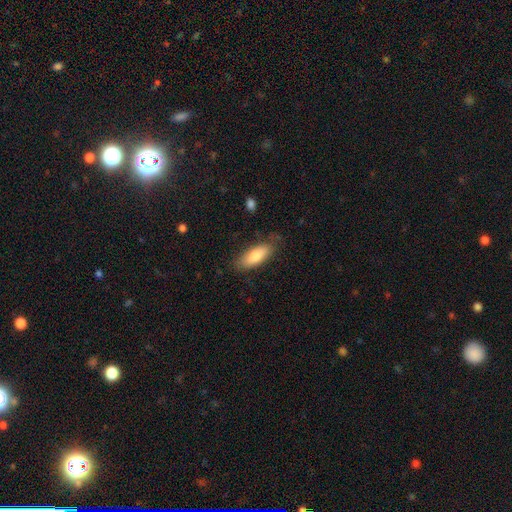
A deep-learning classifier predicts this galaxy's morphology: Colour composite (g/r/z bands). It shows a smooth galaxy with no disk features (77%) that is in between round and cigar-shaped (73%). Merging: none (77%).